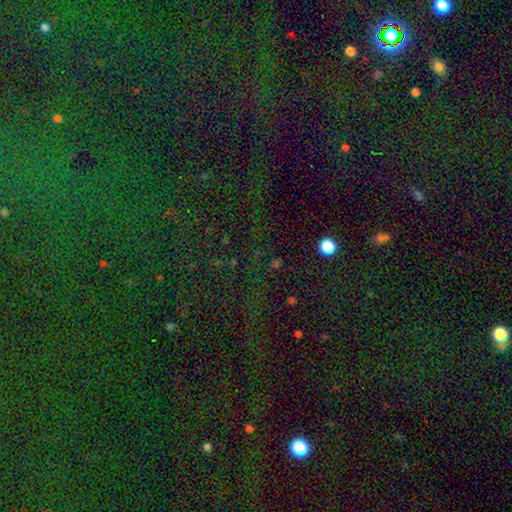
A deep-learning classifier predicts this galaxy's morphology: type=star or artifact (80%).